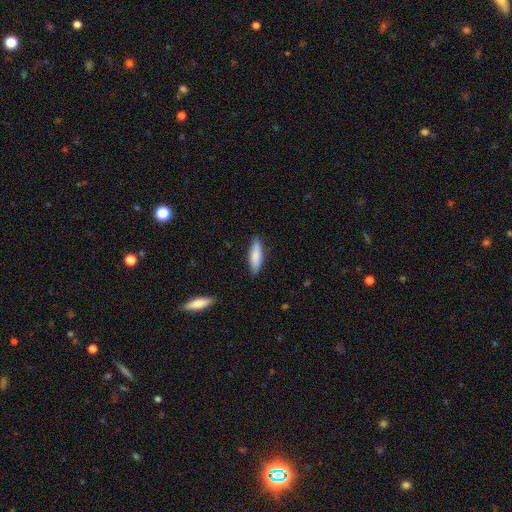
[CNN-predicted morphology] This appears to be a smooth galaxy with no disk features (82%) that is cigar-shaped (62%). Merging: none (87%).